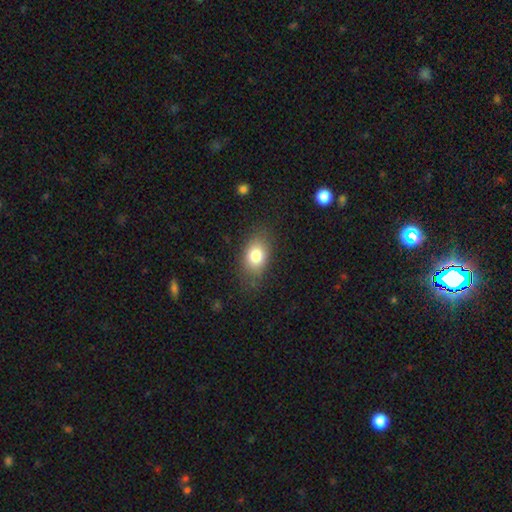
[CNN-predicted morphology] Smooth or featured? smooth (80%)
How rounded? in between (82%)
Merging? none (78%)